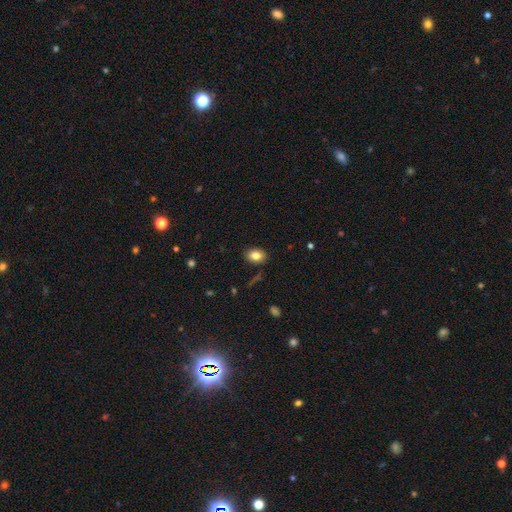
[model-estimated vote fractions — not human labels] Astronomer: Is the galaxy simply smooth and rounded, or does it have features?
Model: smooth — 82%.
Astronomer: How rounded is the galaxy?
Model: in between — 76%.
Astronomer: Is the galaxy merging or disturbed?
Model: none — 87%.